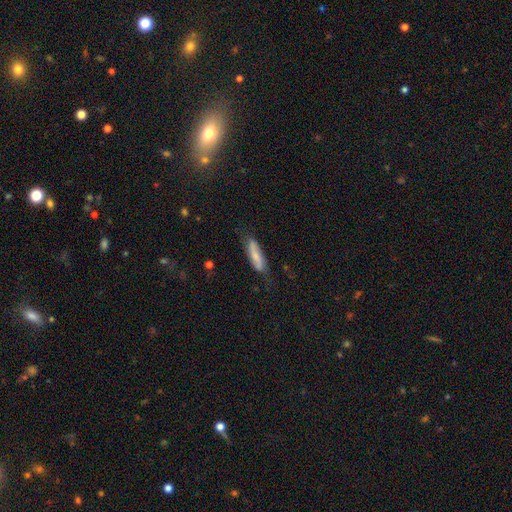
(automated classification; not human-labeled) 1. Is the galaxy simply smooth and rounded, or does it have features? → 62% smooth, 31% featured or disk, 7% star or artifact.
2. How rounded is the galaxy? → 66% cigar-shaped, 32% in between, 2% round.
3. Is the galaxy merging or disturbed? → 67% none, 24% minor disturbance, 8% major disturbance, 2% merger.